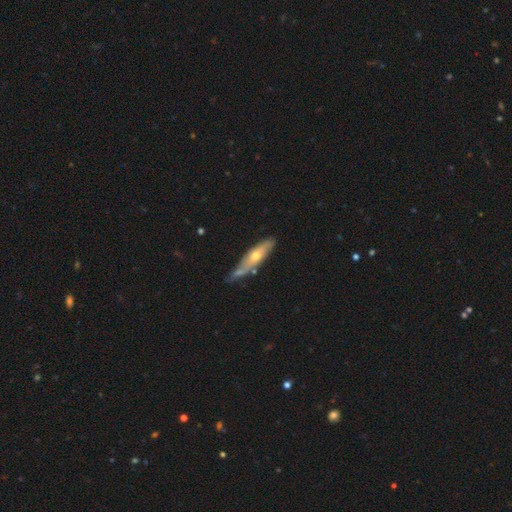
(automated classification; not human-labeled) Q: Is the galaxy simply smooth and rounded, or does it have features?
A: featured or disk — 52%.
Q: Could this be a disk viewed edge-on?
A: yes — 58%.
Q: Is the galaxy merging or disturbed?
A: none — 58%.